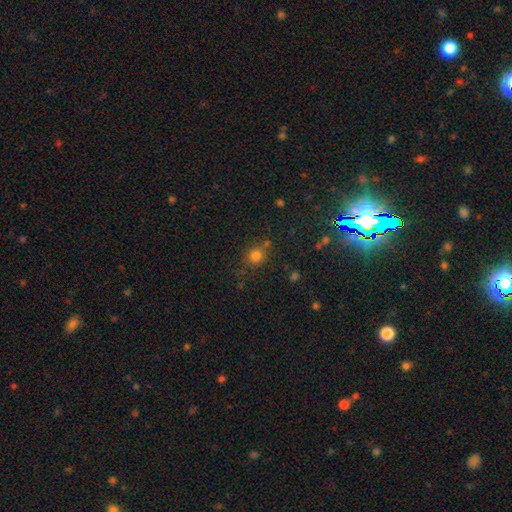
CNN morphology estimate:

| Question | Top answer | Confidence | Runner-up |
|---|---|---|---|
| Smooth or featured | smooth | 79% | star or artifact (15%) |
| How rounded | round | 82% | in between (17%) |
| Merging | none | 72% | minor disturbance (14%) |